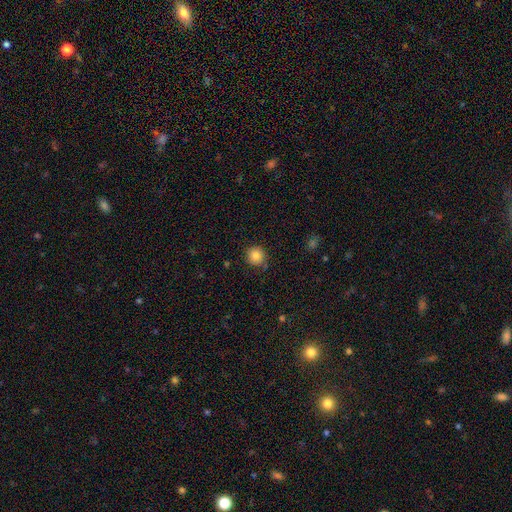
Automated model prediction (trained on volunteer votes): smooth 84%, star or artifact 11%, featured or disk 6%. Down the decision tree: how rounded — round (93%); merging — none (84%).